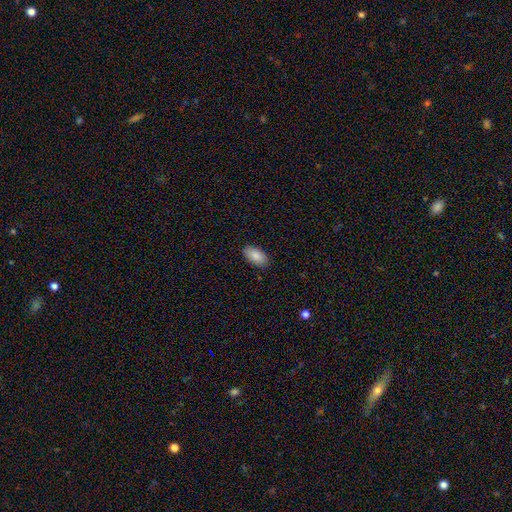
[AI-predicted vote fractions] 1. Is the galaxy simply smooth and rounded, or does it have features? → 87% smooth, 7% star or artifact, 6% featured or disk.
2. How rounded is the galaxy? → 94% in between, 3% cigar-shaped, 3% round.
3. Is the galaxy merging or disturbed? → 87% none, 10% minor disturbance, 2% major disturbance, 1% merger.